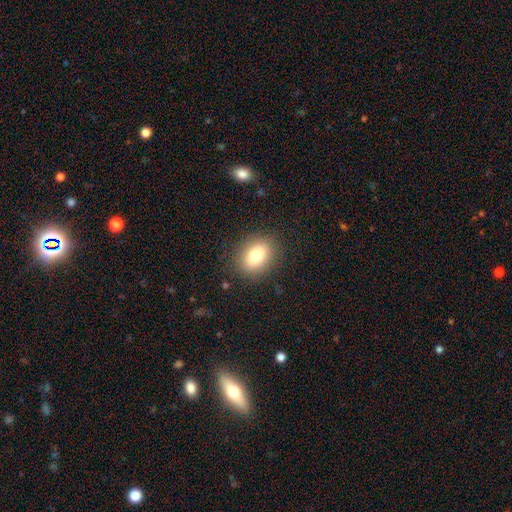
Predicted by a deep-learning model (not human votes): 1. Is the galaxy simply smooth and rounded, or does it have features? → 79% smooth, 11% featured or disk, 9% star or artifact.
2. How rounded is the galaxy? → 67% in between, 32% round, 1% cigar-shaped.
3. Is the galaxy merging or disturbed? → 85% none, 10% minor disturbance, 4% major disturbance, 1% merger.